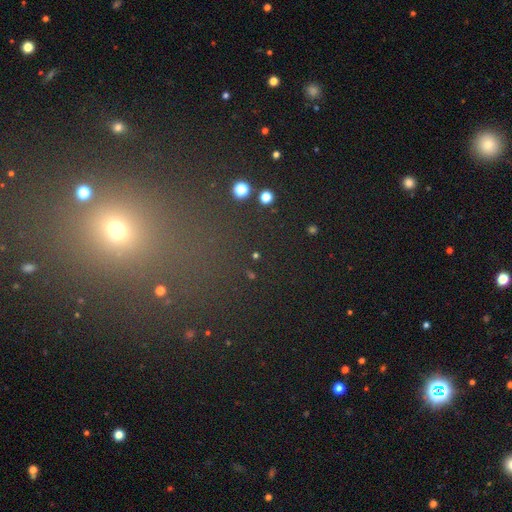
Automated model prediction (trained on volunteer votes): Q: Smooth or featured?
A: star or artifact (56%); runner-up: smooth (33%)